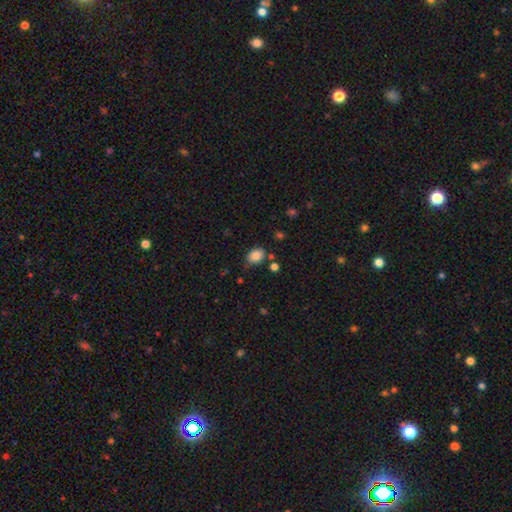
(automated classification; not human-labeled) Smooth or featured? smooth (85%)
How rounded? in between (66%)
Merging? none (72%)